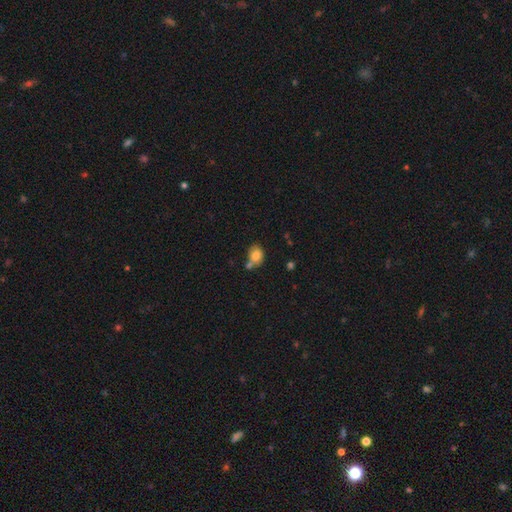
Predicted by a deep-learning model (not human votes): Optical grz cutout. It shows a smooth galaxy with no disk features (79%) that is in between round and cigar-shaped (51%). Merging: none (48%).